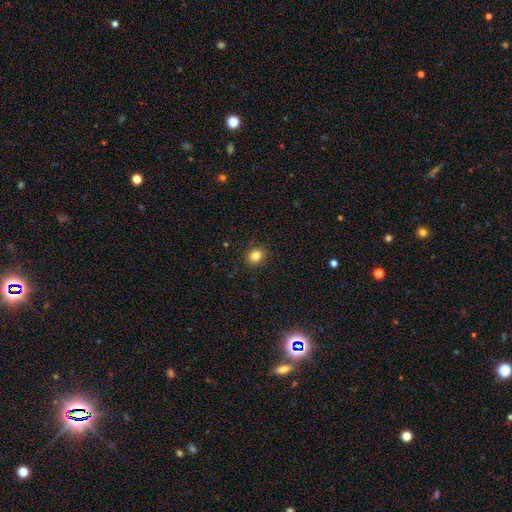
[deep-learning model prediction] smooth 84%, star or artifact 11%, featured or disk 6%. Down the decision tree: how rounded — round (64%); merging — none (89%).